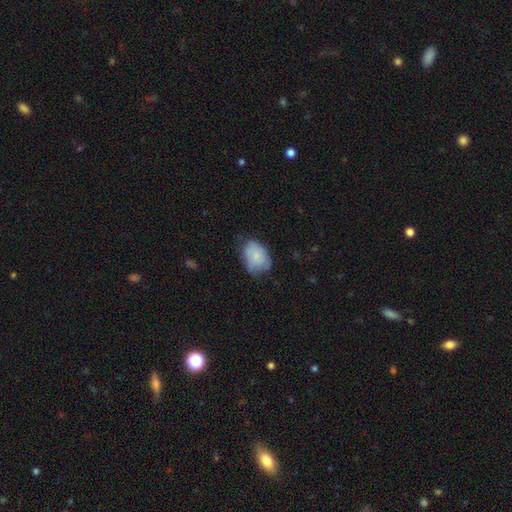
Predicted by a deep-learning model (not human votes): Smooth or featured: smooth — 73% (featured or disk — 19%)
How rounded: in between — 73% (round — 26%)
Merging: none — 50% (minor disturbance — 37%)